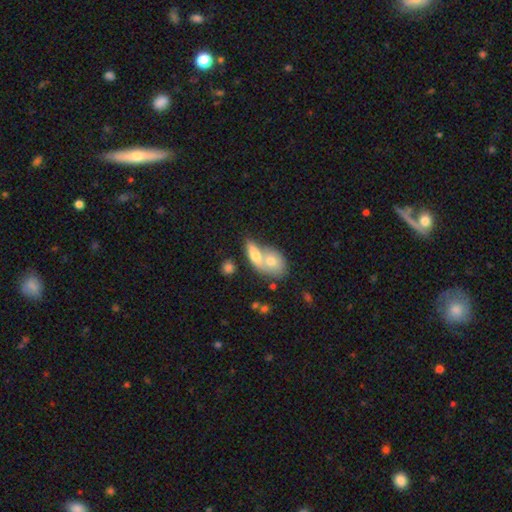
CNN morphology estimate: type=smooth (70%); roundness=in between (74%); merging=merger (68%).